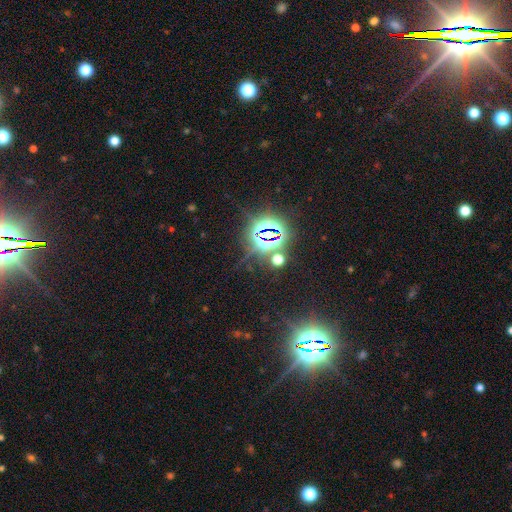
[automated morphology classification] A star or artifact, not a galaxy (83%).

Vote fractions:
- Smooth or featured? star or artifact: 83% / smooth: 10% / featured or disk: 7%